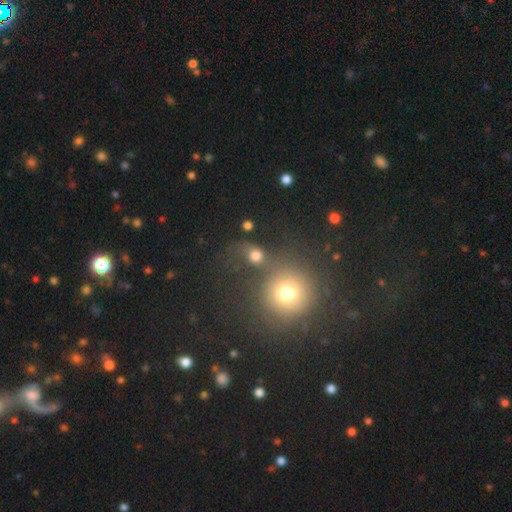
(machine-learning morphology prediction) A smooth galaxy with no disk features (66%) that is round (72%).

Vote fractions:
- Smooth or featured? smooth: 66% / star or artifact: 21% / featured or disk: 14%
- How rounded? round: 72% / in between: 27% / cigar-shaped: 2%
- Merging? none: 46% / merger: 28% / major disturbance: 14% / minor disturbance: 12%